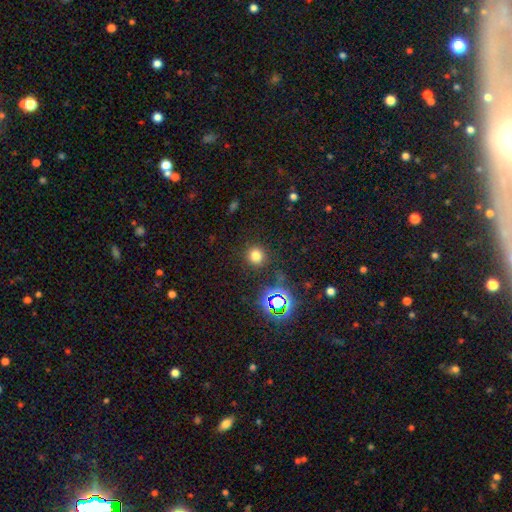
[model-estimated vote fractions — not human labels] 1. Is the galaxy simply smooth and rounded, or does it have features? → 72% smooth, 21% star or artifact, 6% featured or disk.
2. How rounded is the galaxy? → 90% round, 9% in between, 1% cigar-shaped.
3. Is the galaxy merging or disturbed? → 88% none, 7% minor disturbance, 3% major disturbance, 2% merger.